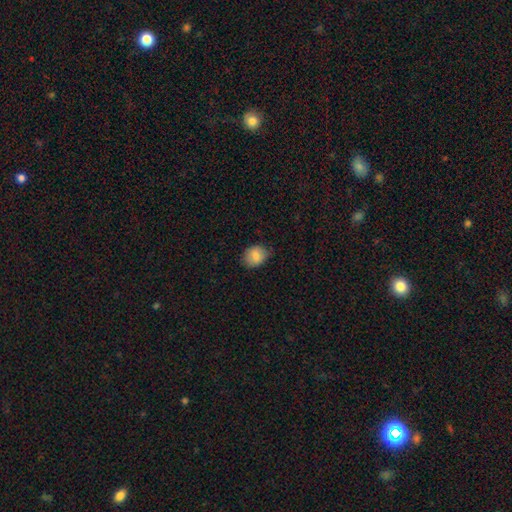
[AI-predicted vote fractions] This is clearly a smooth galaxy (83%). How rounded: possibly in between (57%). Merging: likely none (73%).